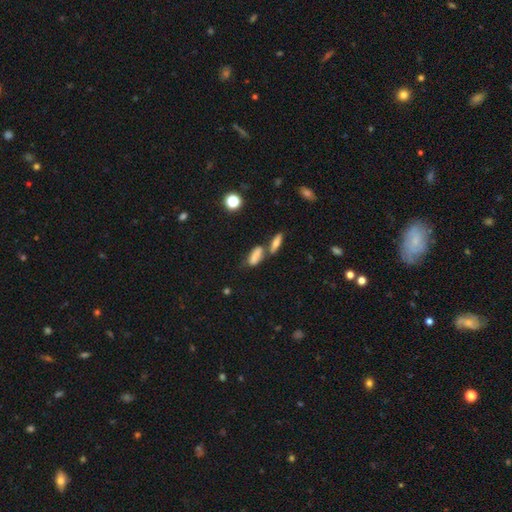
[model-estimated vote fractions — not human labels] Smooth or featured? smooth (76%)
How rounded? in between (67%)
Merging? none (42%)